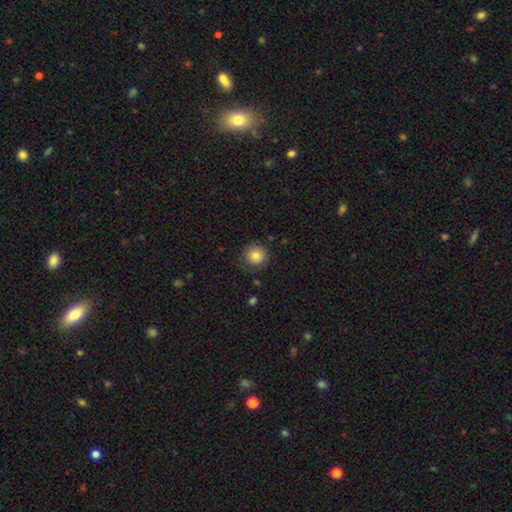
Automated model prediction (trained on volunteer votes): smooth 83%, star or artifact 10%, featured or disk 7%. Down the decision tree: how rounded — round (93%); merging — none (82%).